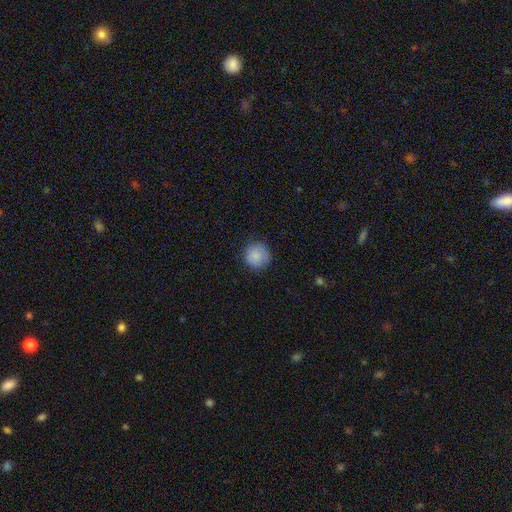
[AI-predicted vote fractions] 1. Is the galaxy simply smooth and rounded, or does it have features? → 86% smooth, 8% star or artifact, 6% featured or disk.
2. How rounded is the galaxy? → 93% round, 6% in between, 1% cigar-shaped.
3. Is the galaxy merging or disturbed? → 85% none, 12% minor disturbance, 3% major disturbance, 1% merger.